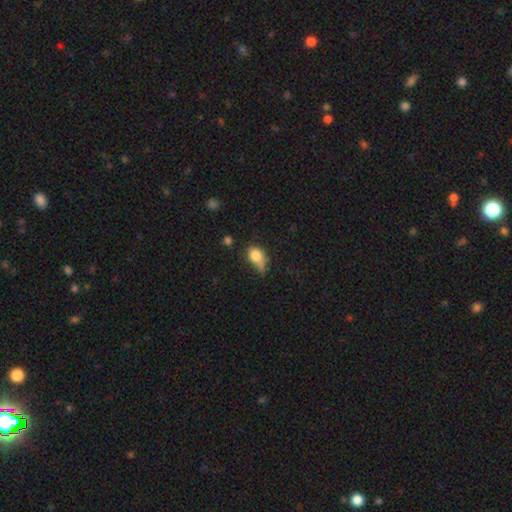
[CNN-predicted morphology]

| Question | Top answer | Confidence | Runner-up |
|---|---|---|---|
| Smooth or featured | smooth | 77% | featured or disk (13%) |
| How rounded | in between | 68% | round (28%) |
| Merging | minor disturbance | 37% | none (29%) |